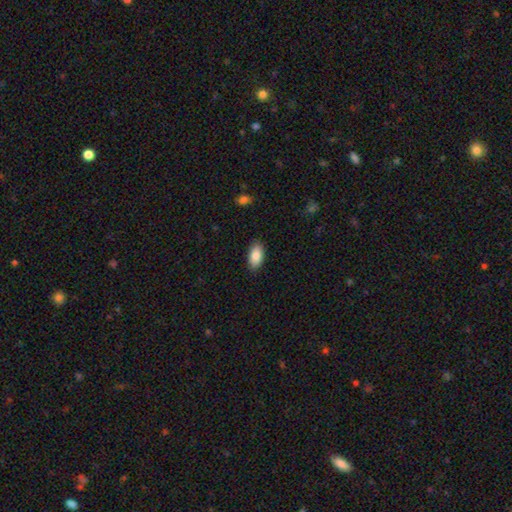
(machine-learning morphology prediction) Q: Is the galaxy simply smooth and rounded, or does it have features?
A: smooth — 87%.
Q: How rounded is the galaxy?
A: in between — 93%.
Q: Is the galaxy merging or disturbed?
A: none — 88%.